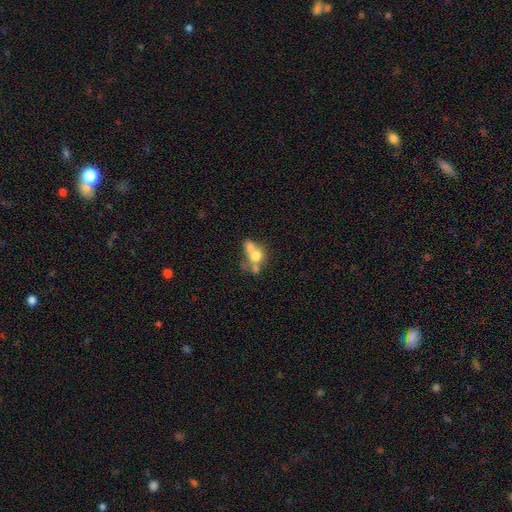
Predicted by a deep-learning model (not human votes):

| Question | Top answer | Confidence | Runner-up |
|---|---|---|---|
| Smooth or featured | smooth | 54% | featured or disk (34%) |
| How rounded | in between | 51% | round (45%) |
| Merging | merger | 53% | none (24%) |